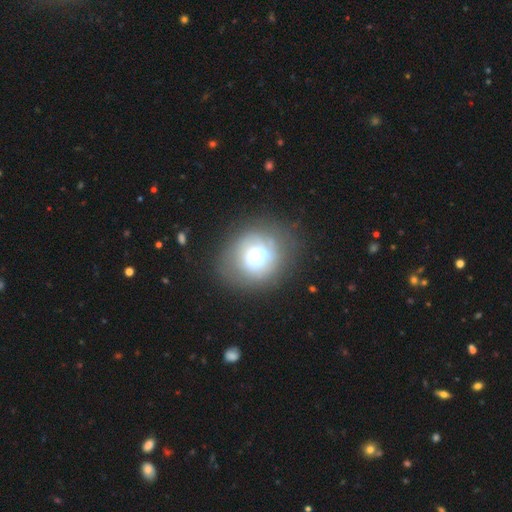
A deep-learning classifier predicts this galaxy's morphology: smooth 48%, featured or disk 42%, star or artifact 10%. Down the decision tree: merging — none (67%).